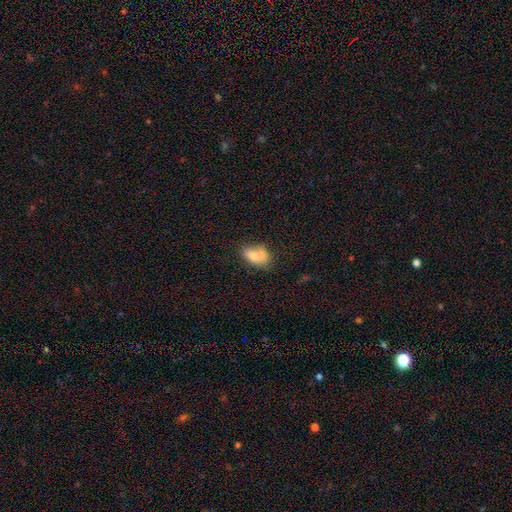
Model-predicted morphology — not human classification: Smooth or featured? smooth (71%)
How rounded? in between (79%)
Merging? merger (50%)